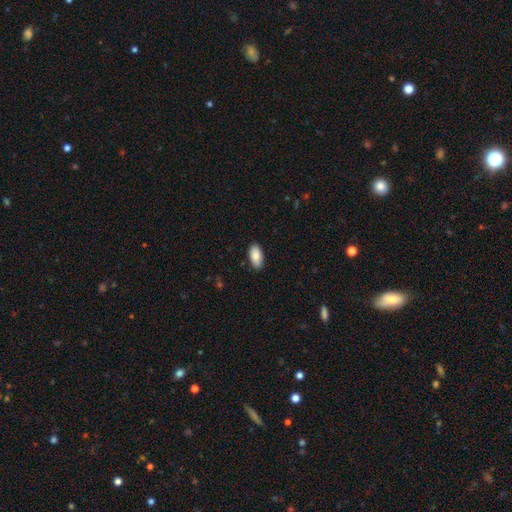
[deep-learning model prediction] Overall: smooth (86%). How rounded: in between (93%). Merging: none (87%).